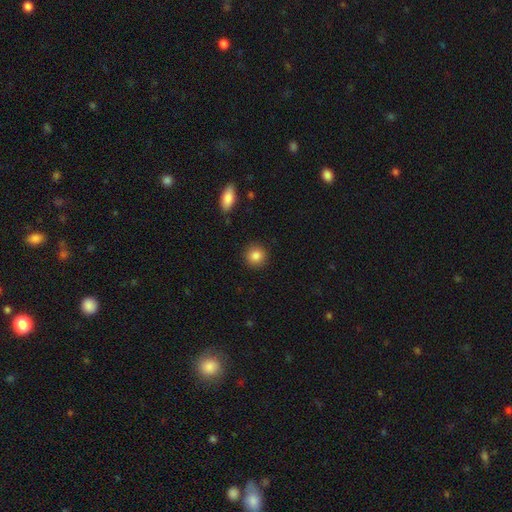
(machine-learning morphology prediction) type=smooth (85%); roundness=round (91%); merging=none (90%).